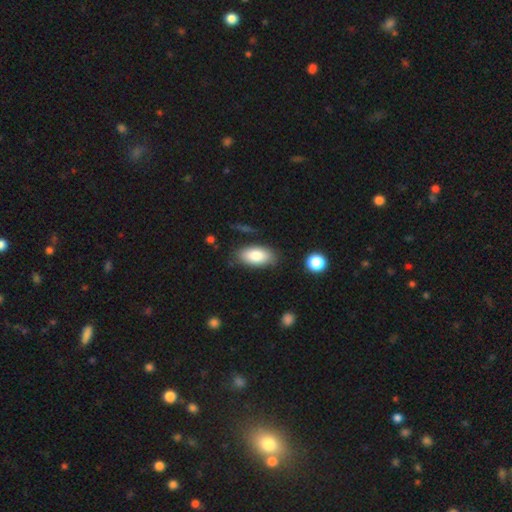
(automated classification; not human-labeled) Smooth or featured?
  - smooth: 83% *
  - featured or disk: 11%
  - star or artifact: 7%
How rounded?
  - in between: 92% *
  - cigar-shaped: 5%
  - round: 3%
Merging?
  - none: 81% *
  - minor disturbance: 13%
  - major disturbance: 3%
  - merger: 3%